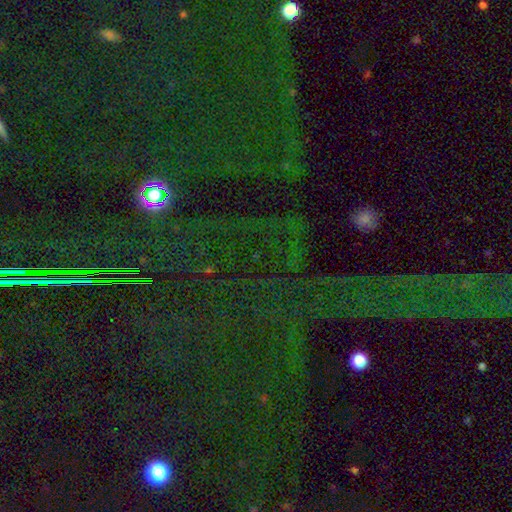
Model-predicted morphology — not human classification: star or artifact 79%, smooth 12%, featured or disk 10%.